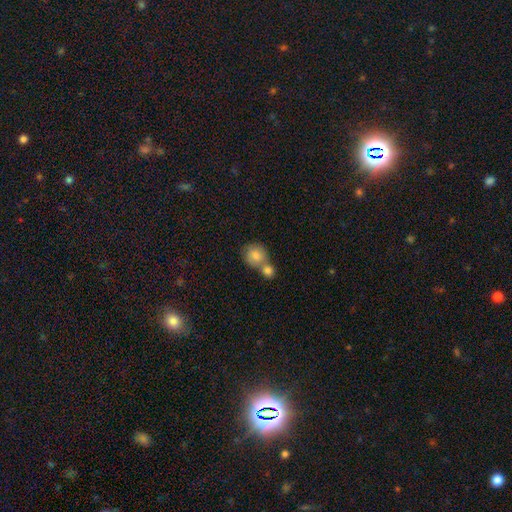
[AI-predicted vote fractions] smooth-or-featured: smooth: 81% | featured or disk: 10% | star or artifact: 9%
  how-rounded: round: 85% | in between: 14% | cigar-shaped: 1%
  merging: merger: 51% | none: 39% | minor disturbance: 7% | major disturbance: 3%